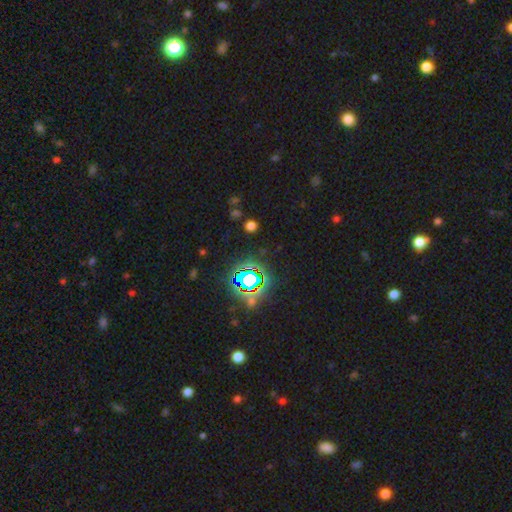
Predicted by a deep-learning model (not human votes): Smooth or featured? star or artifact (79%)